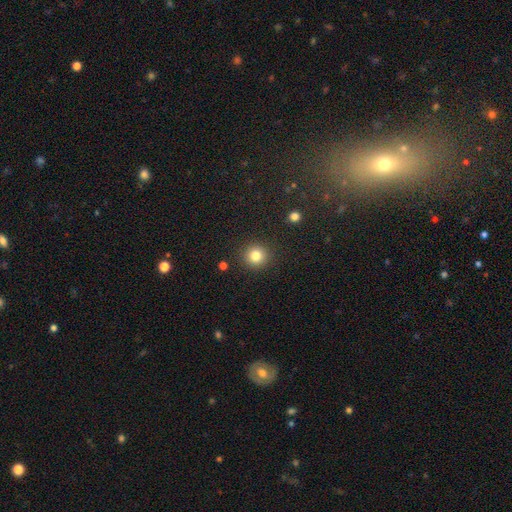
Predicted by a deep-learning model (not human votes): smooth_or_featured: smooth (p=0.82) [alt: star or artifact p=0.12]
how_rounded: round (p=0.94) [alt: in between p=0.06]
merging: none (p=0.91) [alt: minor disturbance p=0.06]